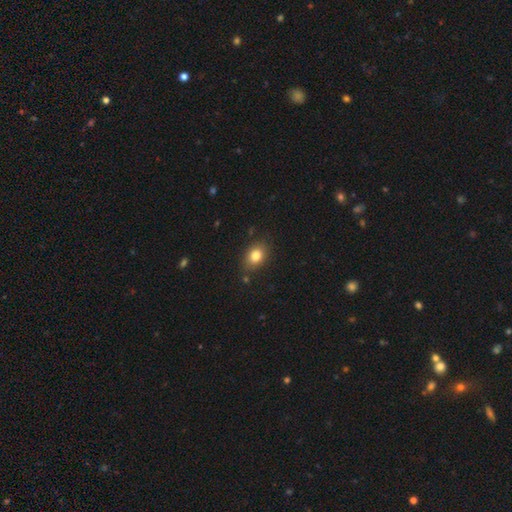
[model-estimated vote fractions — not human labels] smooth-or-featured: smooth: 82% | star or artifact: 10% | featured or disk: 8%
  how-rounded: in between: 68% | round: 31% | cigar-shaped: 1%
  merging: none: 82% | minor disturbance: 13% | major disturbance: 3% | merger: 2%